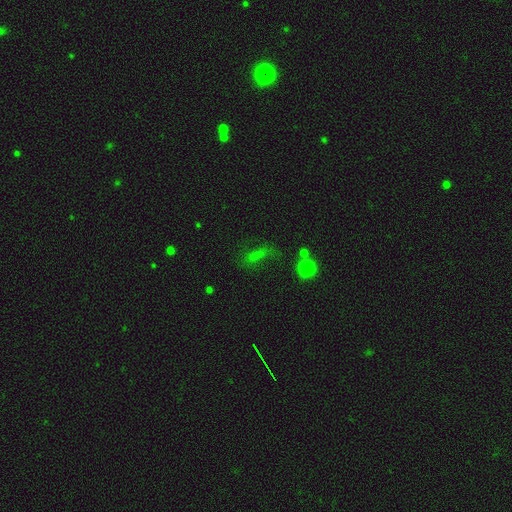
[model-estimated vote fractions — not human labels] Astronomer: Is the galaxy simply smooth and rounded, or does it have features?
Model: smooth — 51% (runner-up: star or artifact, 30%).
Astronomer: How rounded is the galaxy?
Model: in between — 49% (runner-up: cigar-shaped, 38%).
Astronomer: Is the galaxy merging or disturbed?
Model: none — 54%.